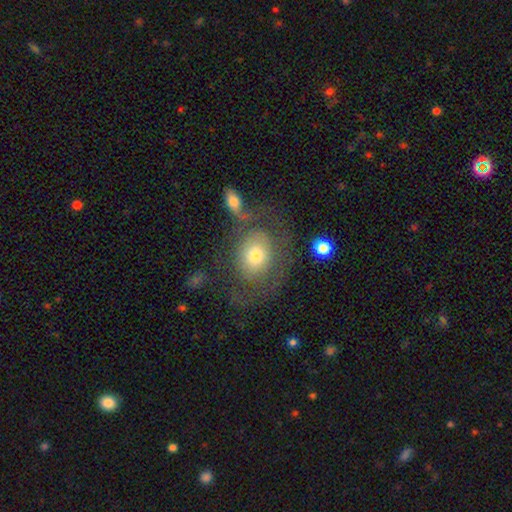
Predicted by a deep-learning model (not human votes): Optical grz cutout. It shows a smooth galaxy with no disk features (54%) that is round (55%). Merging: none (49%).